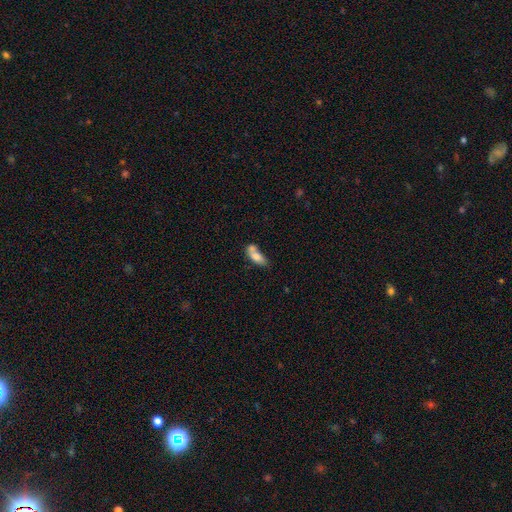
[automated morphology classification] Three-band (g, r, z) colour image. It shows a smooth galaxy with no disk features (74%) that is in between round and cigar-shaped (80%). Merging: merger (47%).